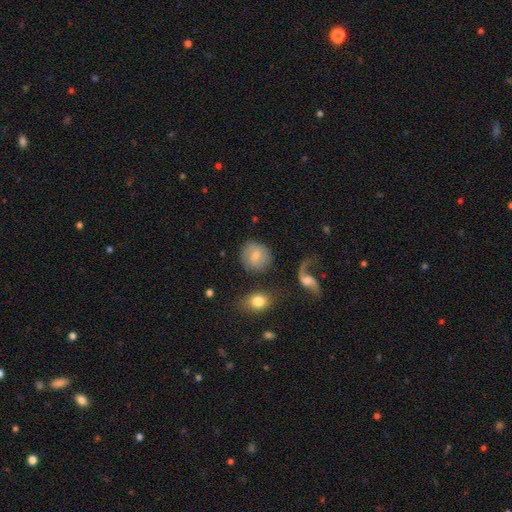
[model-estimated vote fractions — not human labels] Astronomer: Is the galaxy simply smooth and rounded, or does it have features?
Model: smooth — 68%.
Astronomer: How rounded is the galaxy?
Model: round — 86%.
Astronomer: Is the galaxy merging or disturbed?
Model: none — 78%.